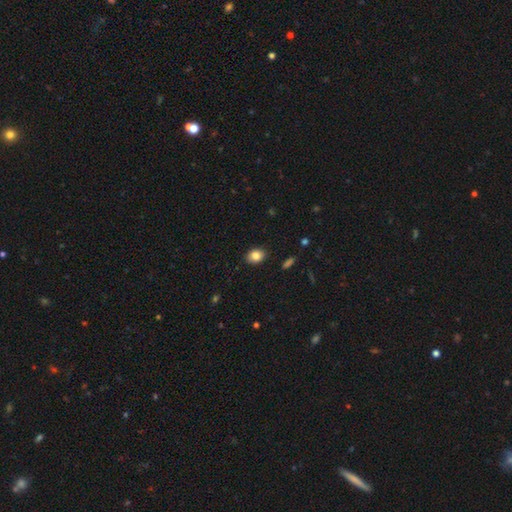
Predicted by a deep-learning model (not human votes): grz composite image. It shows a smooth galaxy with no disk features (84%) that is in between round and cigar-shaped (61%). Merging: none (88%).